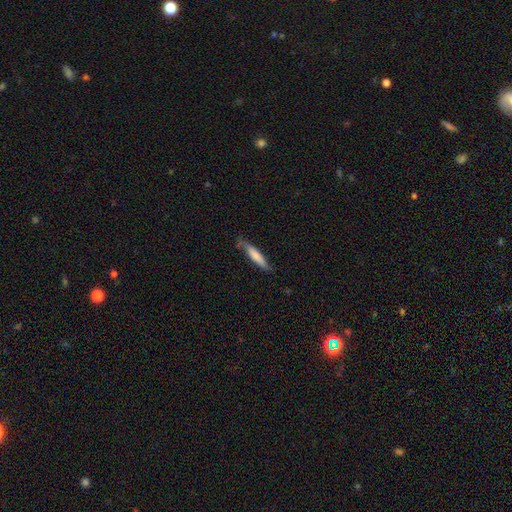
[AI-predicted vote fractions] Smooth or featured: smooth — 72% (featured or disk — 22%)
How rounded: cigar-shaped — 86% (in between — 13%)
Merging: none — 68% (minor disturbance — 24%)